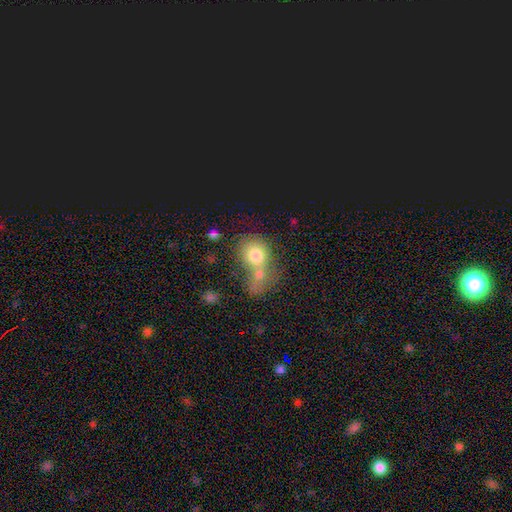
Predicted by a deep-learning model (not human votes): A smooth galaxy with no disk features (73%) that is round (67%).

Vote fractions:
- Smooth or featured? smooth: 73% / featured or disk: 17% / star or artifact: 10%
- How rounded? round: 67% / in between: 32% / cigar-shaped: 1%
- Merging? merger: 63% / none: 23% / minor disturbance: 8% / major disturbance: 6%